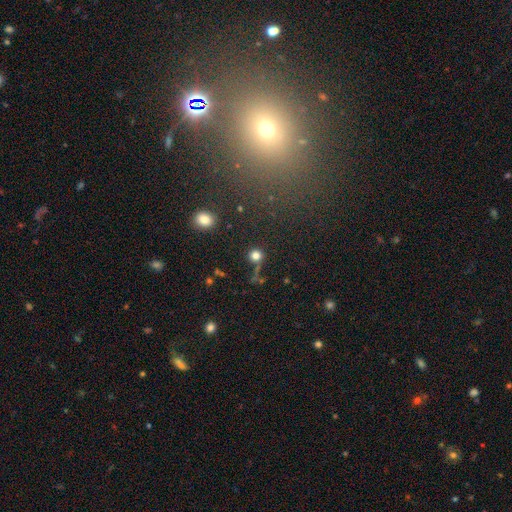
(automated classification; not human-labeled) This is likely a smooth galaxy (79%). How rounded: clearly round (92%). Merging: likely none (74%).